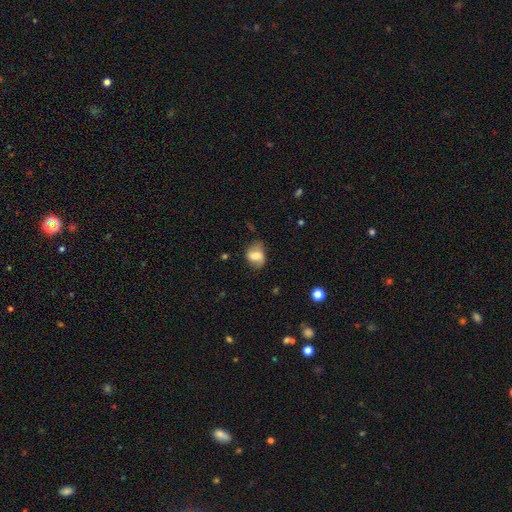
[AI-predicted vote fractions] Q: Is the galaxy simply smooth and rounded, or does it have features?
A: smooth — 57%.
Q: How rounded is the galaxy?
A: in between — 64%.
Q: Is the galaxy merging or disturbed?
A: none — 56%.